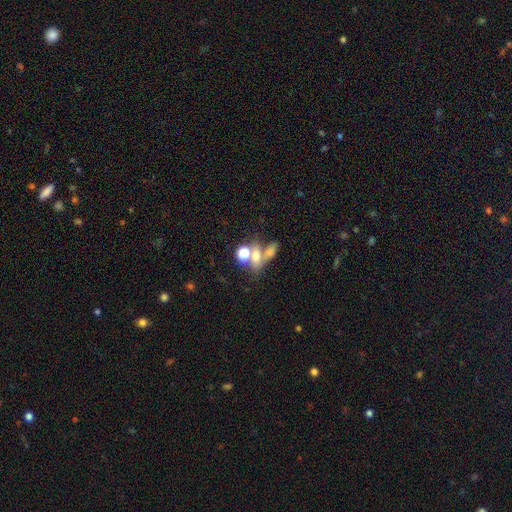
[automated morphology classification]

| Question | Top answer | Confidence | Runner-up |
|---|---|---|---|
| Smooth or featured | smooth | 57% | star or artifact (23%) |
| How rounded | in between | 54% | round (36%) |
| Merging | merger | 47% | none (34%) |